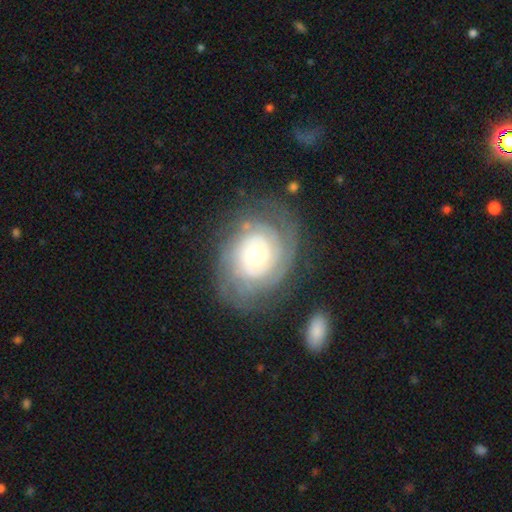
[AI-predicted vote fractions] featured or disk 83%, smooth 12%, star or artifact 6%. Down the decision tree: edge-on disk — no (97%); bar — no (77%); spiral arms — yes (93%); spiral arm count — can't tell (37%); spiral winding — tight (79%); bulge size — moderate (63%); merging — none (73%).